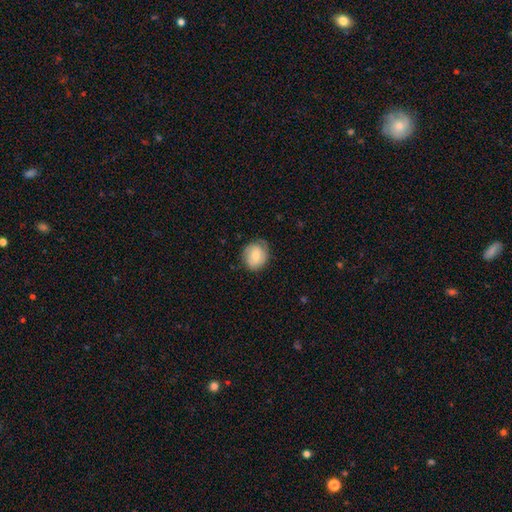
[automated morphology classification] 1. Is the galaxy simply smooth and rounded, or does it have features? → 64% smooth, 29% featured or disk, 7% star or artifact.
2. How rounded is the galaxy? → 73% round, 26% in between, 1% cigar-shaped.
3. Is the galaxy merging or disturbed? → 68% none, 25% minor disturbance, 7% major disturbance, 1% merger.